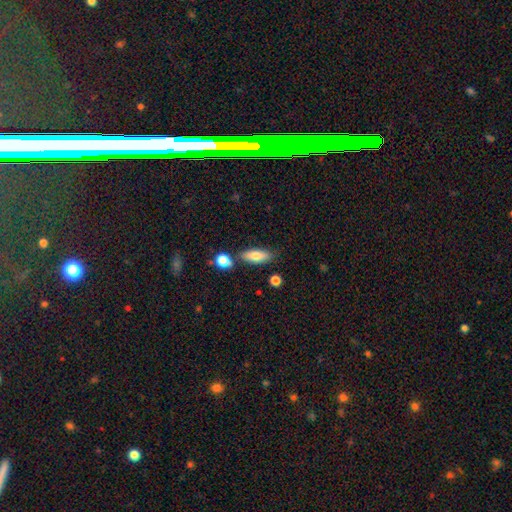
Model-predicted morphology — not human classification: Smooth or featured: smooth — 73% (featured or disk — 20%)
How rounded: in between — 68% (cigar-shaped — 29%)
Merging: none — 75% (minor disturbance — 13%)